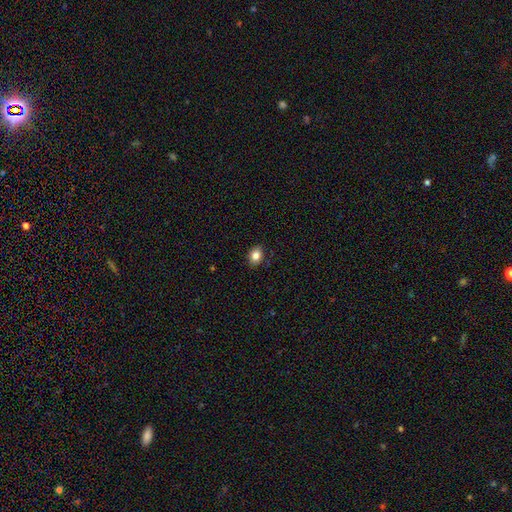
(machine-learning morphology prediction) A smooth galaxy with no disk features (84%) that is in between round and cigar-shaped (57%).

Vote fractions:
- Smooth or featured? smooth: 84% / star or artifact: 10% / featured or disk: 6%
- How rounded? in between: 57% / round: 42% / cigar-shaped: 1%
- Merging? none: 86% / minor disturbance: 11% / major disturbance: 2% / merger: 1%